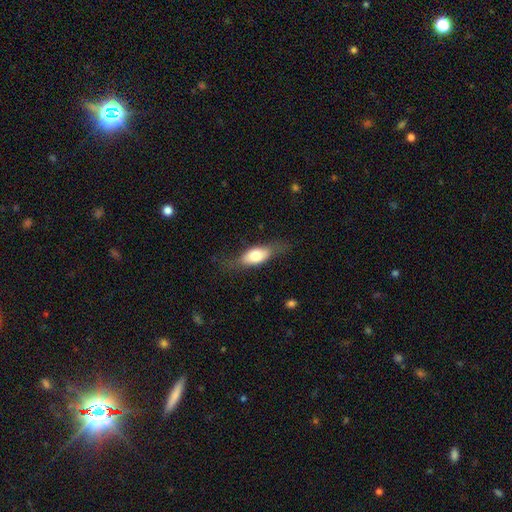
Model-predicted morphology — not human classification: The model was most divided on "smooth or featured": smooth: 64%, featured or disk: 29%, star or artifact: 6%. More confident: how rounded — in between (75%); merging — none (65%).